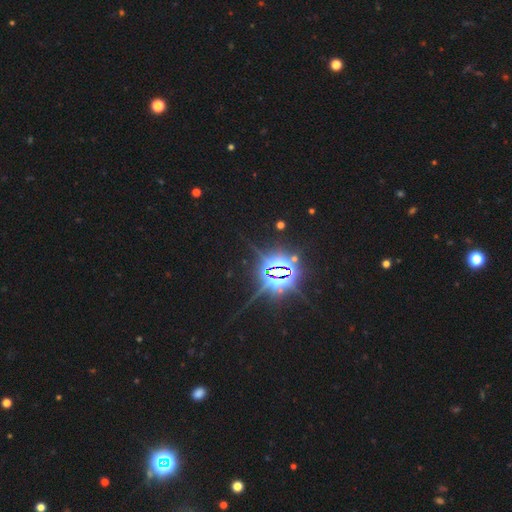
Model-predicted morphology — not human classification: Smooth or featured? star or artifact (86%)